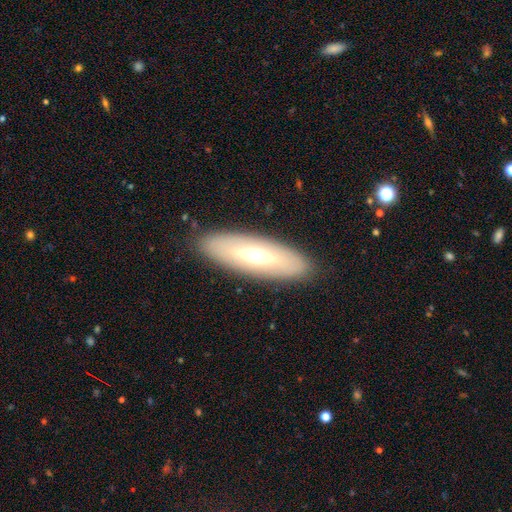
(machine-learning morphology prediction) smooth-or-featured: featured or disk: 48% | smooth: 45% | star or artifact: 7%
  merging: none: 87% | minor disturbance: 9% | major disturbance: 3% | merger: 1%